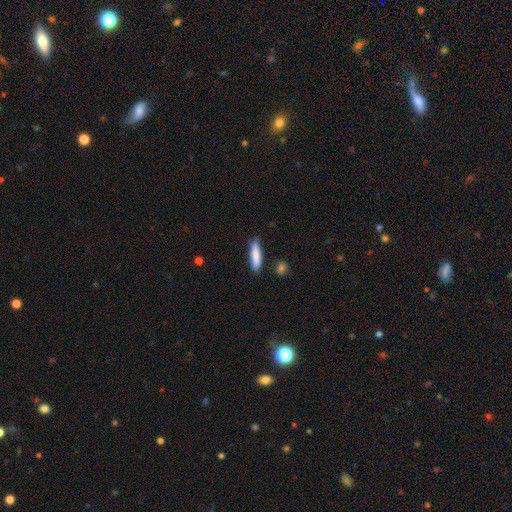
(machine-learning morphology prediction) type=smooth (82%); roundness=cigar-shaped (77%); merging=none (81%).